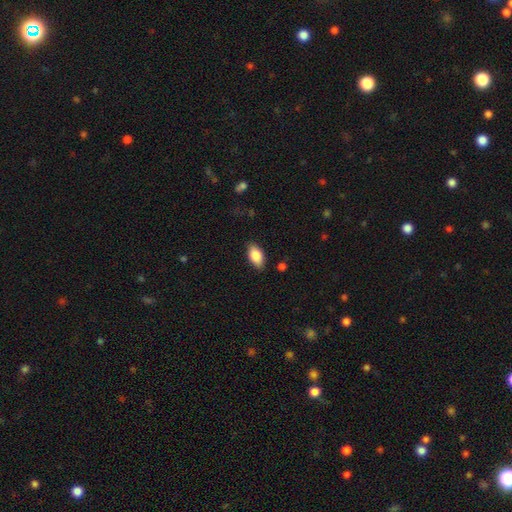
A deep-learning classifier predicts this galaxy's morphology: Smooth or featured: smooth — 83% (featured or disk — 10%)
How rounded: in between — 91% (cigar-shaped — 5%)
Merging: none — 85% (minor disturbance — 11%)